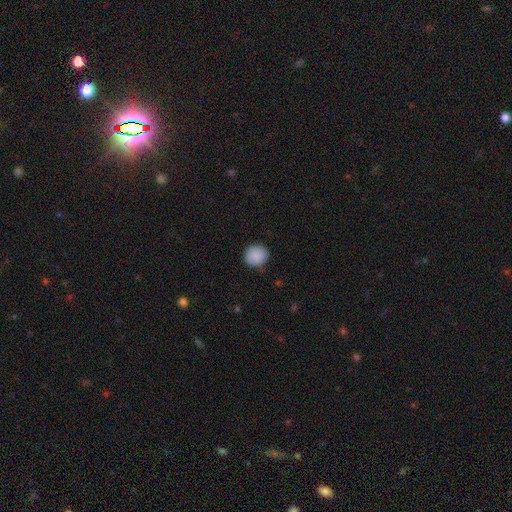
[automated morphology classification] type=smooth (88%); roundness=round (84%); merging=none (81%).